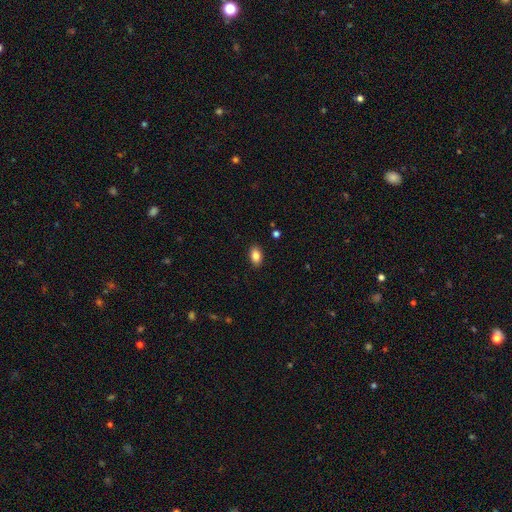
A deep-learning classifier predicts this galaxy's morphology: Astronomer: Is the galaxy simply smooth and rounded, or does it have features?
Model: smooth — 86%.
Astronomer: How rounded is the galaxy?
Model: in between — 91%.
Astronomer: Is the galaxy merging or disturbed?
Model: none — 89%.